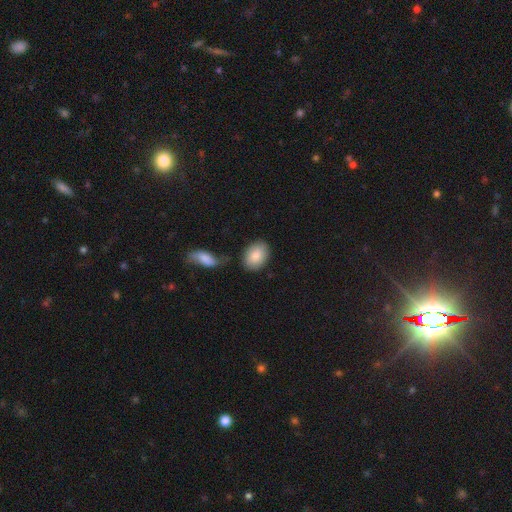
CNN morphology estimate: This is clearly a smooth galaxy (84%). How rounded: clearly in between (80%). Merging: likely none (72%).